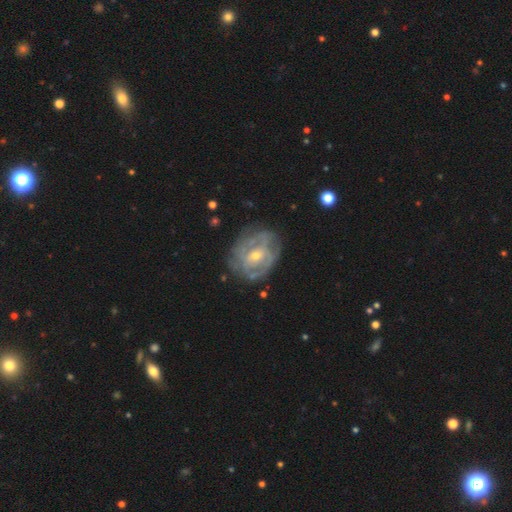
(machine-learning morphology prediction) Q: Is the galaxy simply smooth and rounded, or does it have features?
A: featured or disk — 78%.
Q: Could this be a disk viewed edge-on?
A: no — 96%.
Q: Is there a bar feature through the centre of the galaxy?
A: no — 50%.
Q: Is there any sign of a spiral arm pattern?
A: yes — 67%.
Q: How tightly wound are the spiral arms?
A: tight — 59%.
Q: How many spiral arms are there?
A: can't tell — 49%.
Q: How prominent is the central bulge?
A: small — 53%.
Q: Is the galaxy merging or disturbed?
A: none — 67%.